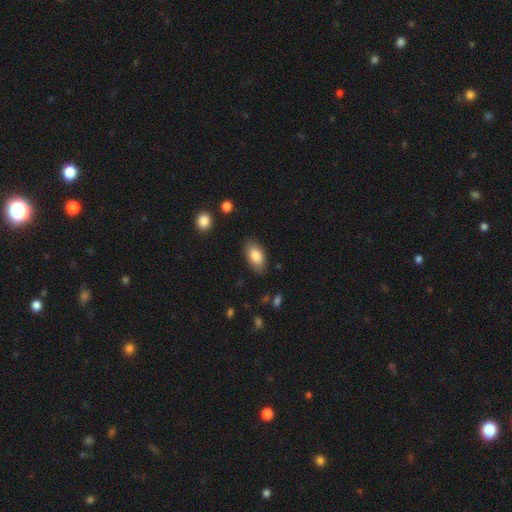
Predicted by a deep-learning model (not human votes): This is clearly a smooth galaxy (83%). How rounded: clearly in between (93%). Merging: clearly none (83%).